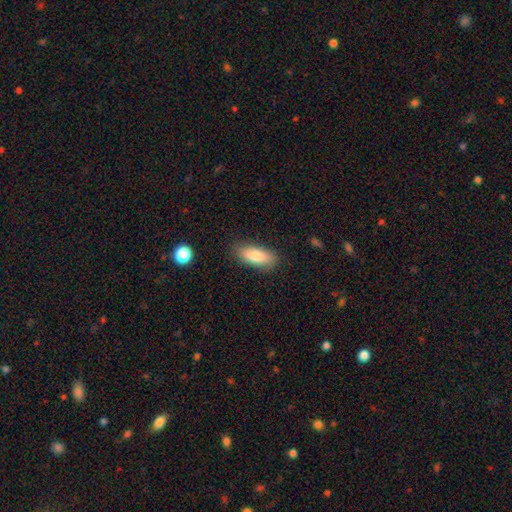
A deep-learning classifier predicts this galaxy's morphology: A smooth galaxy with no disk features (84%) that is in between round and cigar-shaped (73%). Merging: none (85%).